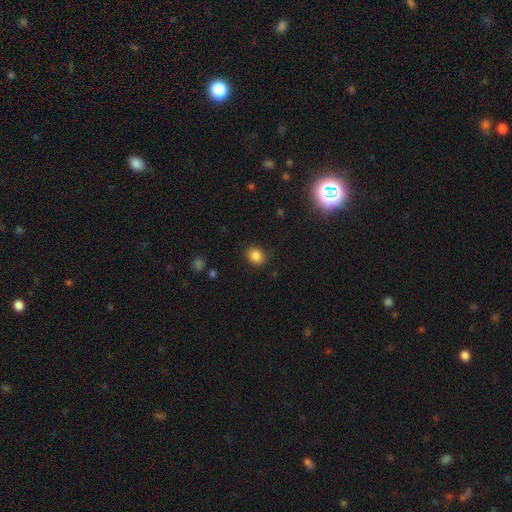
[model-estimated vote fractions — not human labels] smooth-or-featured: smooth: 84% | star or artifact: 11% | featured or disk: 4%
  how-rounded: round: 63% | in between: 36% | cigar-shaped: 1%
  merging: none: 85% | minor disturbance: 10% | major disturbance: 3% | merger: 1%